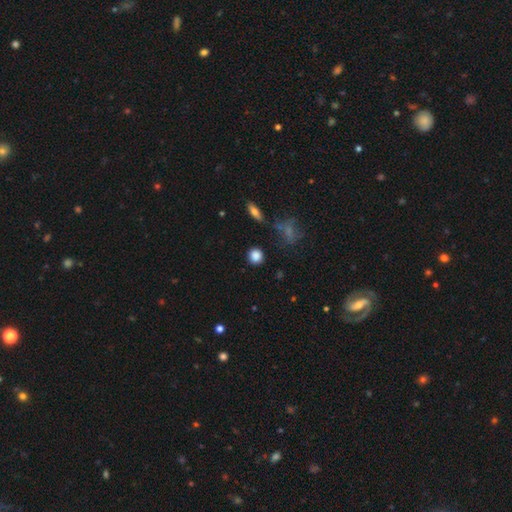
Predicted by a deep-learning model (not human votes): The model was most divided on "smooth or featured": smooth: 85%, star or artifact: 11%, featured or disk: 5%. More confident: how rounded — round (88%); merging — none (88%).